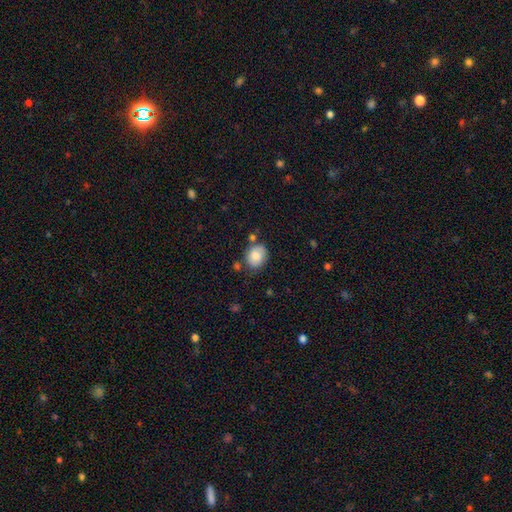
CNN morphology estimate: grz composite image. It shows a smooth galaxy with no disk features (81%) that is round (56%). Merging: none (67%).